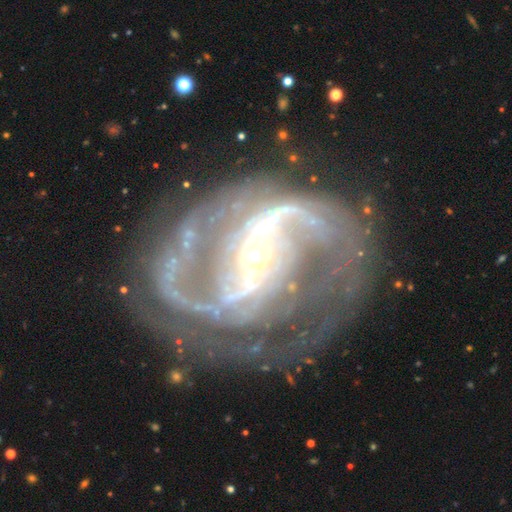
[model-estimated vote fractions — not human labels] Smooth or featured? featured or disk (92%)
Edge-on disk? no (98%)
Bar? strong (50%)
Spiral arms? yes (98%)
Spiral winding? medium (54%)
Spiral arm count? 2 (85%)
Bulge size? small (62%)
Merging? none (67%)